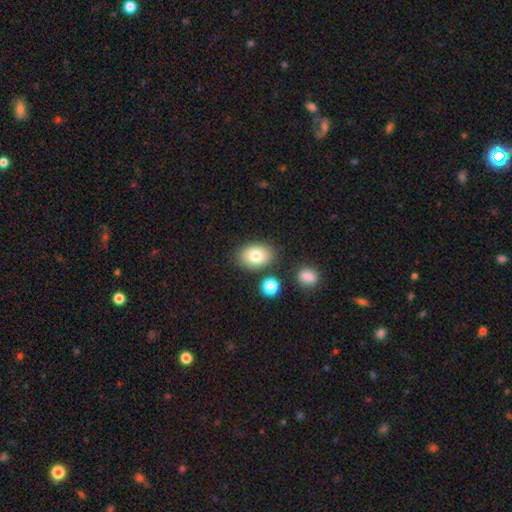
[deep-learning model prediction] This appears to be a smooth galaxy with no disk features (80%) that is in between round and cigar-shaped (76%). Merging: none (80%).